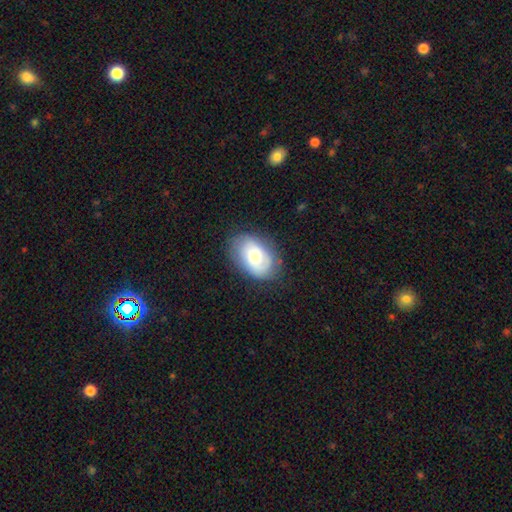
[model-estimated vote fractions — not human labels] Smooth or featured? Predicted: smooth (p=0.61). How rounded? Predicted: in between (p=0.85). Merging? Predicted: none (p=0.75).